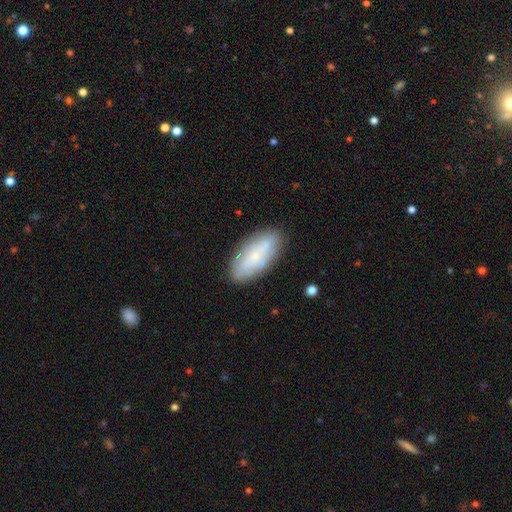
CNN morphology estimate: This is possibly a smooth galaxy (56%). How rounded: clearly in between (82%). Merging: clearly none (81%).